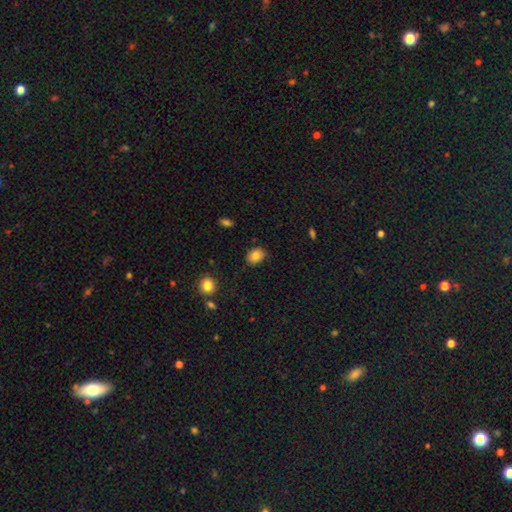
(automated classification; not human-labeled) smooth-or-featured: smooth: 83% | star or artifact: 9% | featured or disk: 8%
  how-rounded: in between: 61% | round: 38% | cigar-shaped: 1%
  merging: none: 81% | minor disturbance: 15% | major disturbance: 3% | merger: 2%